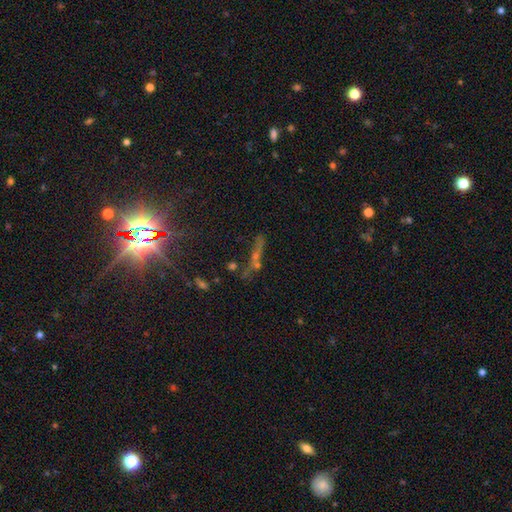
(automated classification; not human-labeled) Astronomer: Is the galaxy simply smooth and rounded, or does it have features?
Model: star or artifact — 45% (runner-up: featured or disk, 29%).